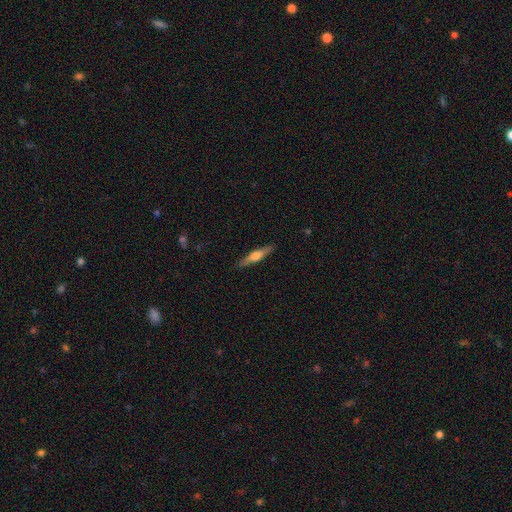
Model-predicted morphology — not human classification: Smooth or featured? Predicted: featured or disk (p=0.57). Edge-on disk? Predicted: yes (p=0.96). Edge-on bulge? Predicted: rounded (p=0.85). Merging? Predicted: none (p=0.89).